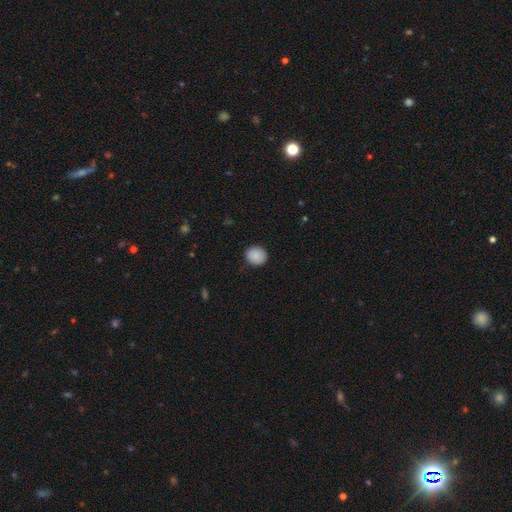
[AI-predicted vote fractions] Morphology: type=smooth (88%); roundness=round (80%); merging=none (89%).